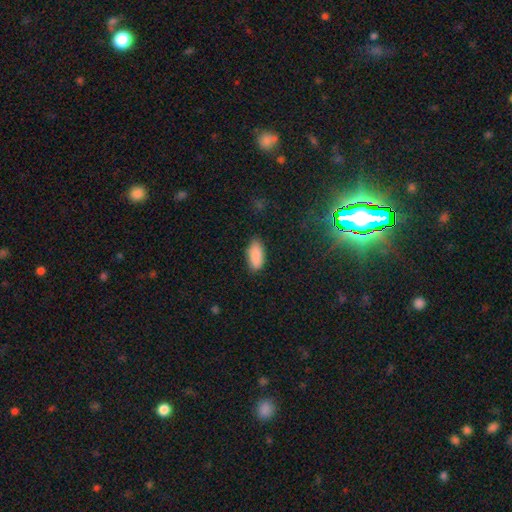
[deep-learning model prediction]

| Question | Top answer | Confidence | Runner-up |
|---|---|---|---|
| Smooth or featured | smooth | 89% | star or artifact (7%) |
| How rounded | in between | 91% | cigar-shaped (7%) |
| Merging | none | 81% | minor disturbance (14%) |